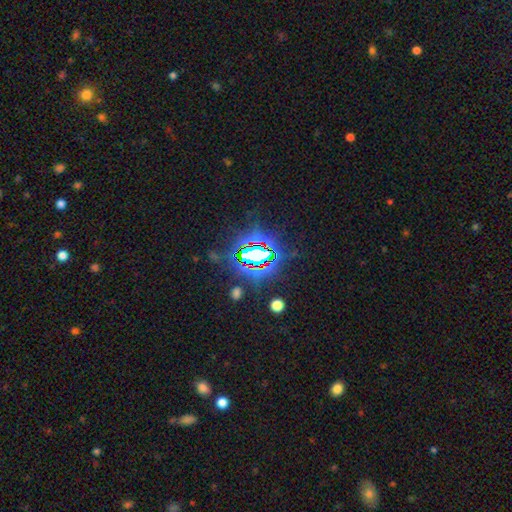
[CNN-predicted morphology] type=star or artifact (74%).